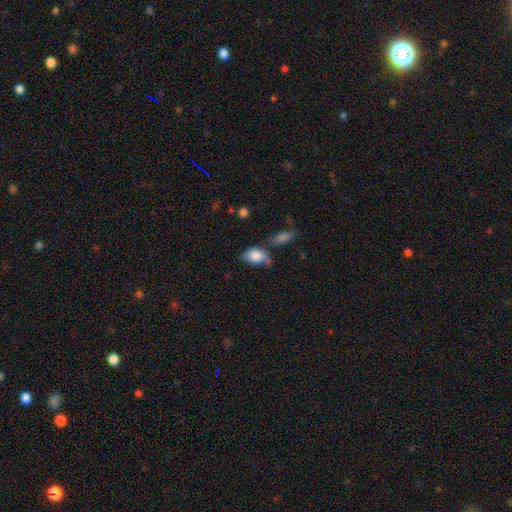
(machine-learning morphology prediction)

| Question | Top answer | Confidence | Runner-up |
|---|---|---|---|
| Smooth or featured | smooth | 81% | featured or disk (12%) |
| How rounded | in between | 85% | round (13%) |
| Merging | none | 34% | minor disturbance (30%) |